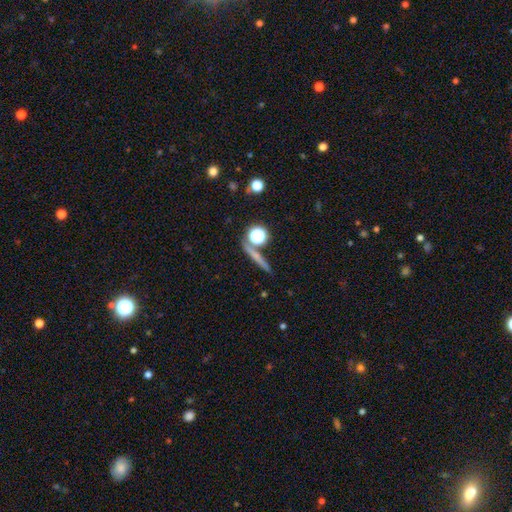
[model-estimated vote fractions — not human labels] A smooth galaxy with no disk features (52%) that is cigar-shaped (65%).

Vote fractions:
- Smooth or featured? smooth: 52% / featured or disk: 30% / star or artifact: 19%
- How rounded? cigar-shaped: 65% / round: 26% / in between: 9%
- Merging? none: 78% / merger: 10% / minor disturbance: 8% / major disturbance: 4%